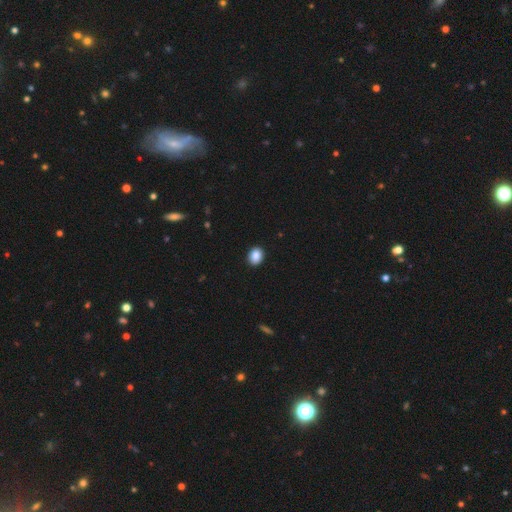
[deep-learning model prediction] Smooth or featured: smooth — 88% (star or artifact — 8%)
How rounded: in between — 50% (round — 49%)
Merging: none — 92% (minor disturbance — 6%)